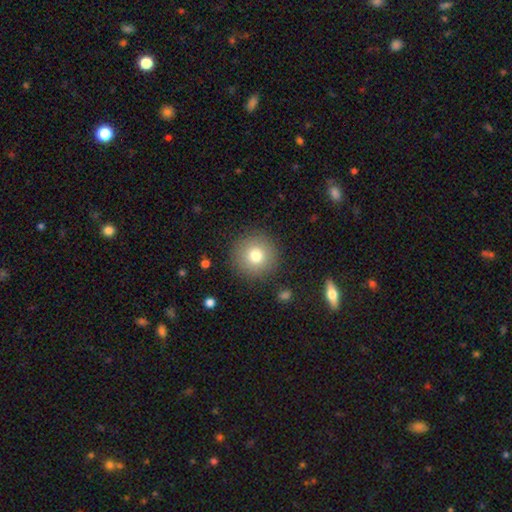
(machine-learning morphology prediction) Smooth or featured? Predicted: smooth (p=0.77). How rounded? Predicted: round (p=0.96). Merging? Predicted: none (p=0.89).